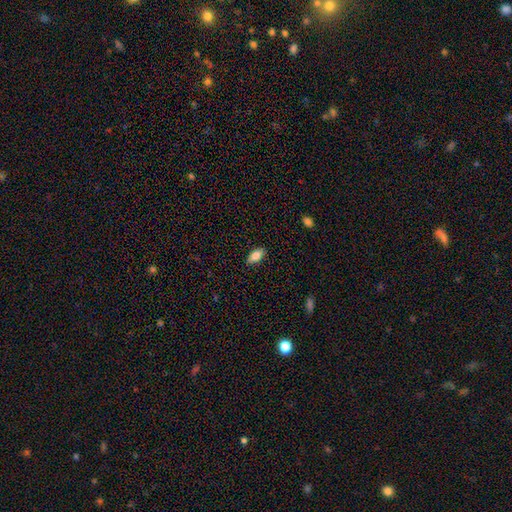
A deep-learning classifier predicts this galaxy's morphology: This appears to be a smooth galaxy with no disk features (82%) that is in between round and cigar-shaped (88%). Merging: none (88%).